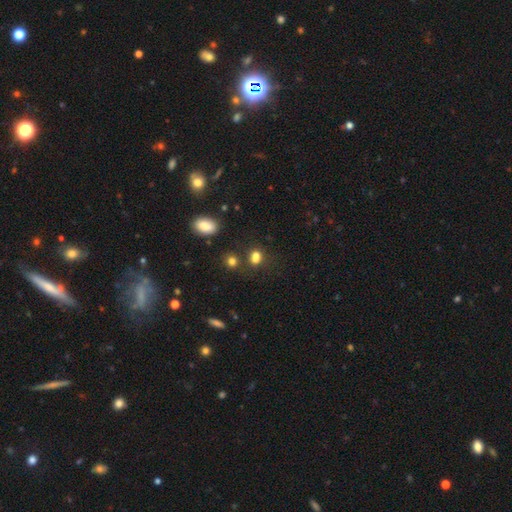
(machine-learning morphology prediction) smooth_or_featured: smooth (p=0.77) [alt: star or artifact p=0.17]
how_rounded: in between (p=0.53) [alt: round p=0.45]
merging: none (p=0.58) [alt: merger p=0.23]